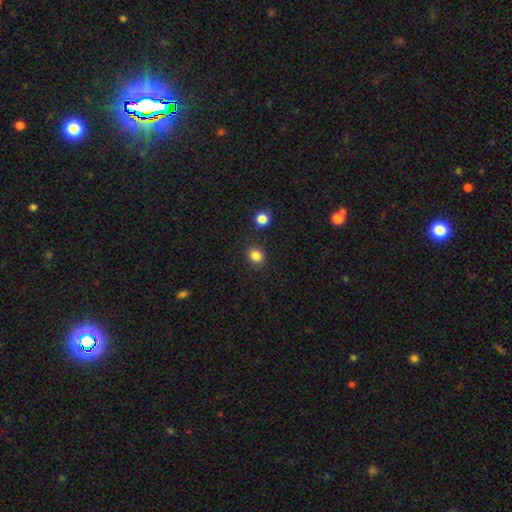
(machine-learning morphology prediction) smooth 84%, star or artifact 12%, featured or disk 4%. Down the decision tree: how rounded — round (67%); merging — none (85%).